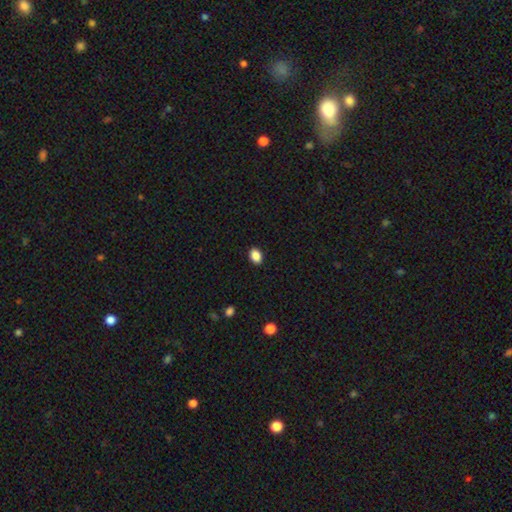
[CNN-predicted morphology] smooth 89%, star or artifact 9%, featured or disk 3%. Down the decision tree: how rounded — in between (76%); merging — none (90%).